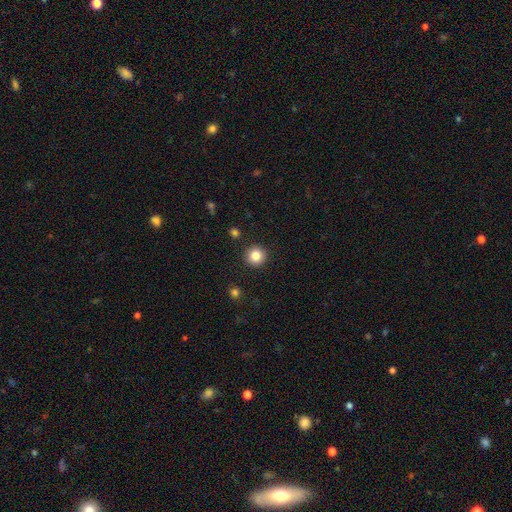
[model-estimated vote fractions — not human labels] Smooth or featured: smooth — 84% (star or artifact — 10%)
How rounded: round — 95% (in between — 4%)
Merging: none — 92% (minor disturbance — 5%)